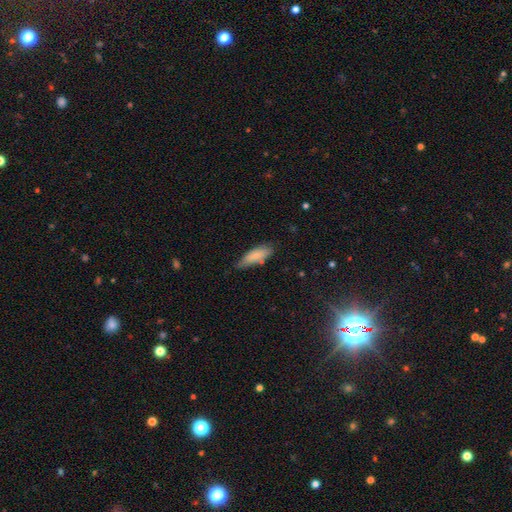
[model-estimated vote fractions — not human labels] smooth 82%, featured or disk 11%, star or artifact 7%. Down the decision tree: how rounded — in between (63%); merging — none (59%).